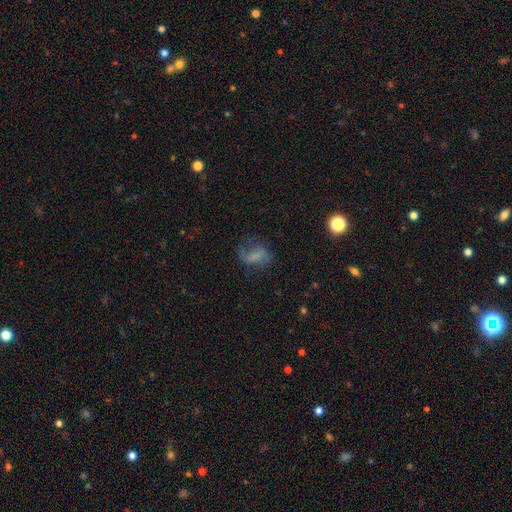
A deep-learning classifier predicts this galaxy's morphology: This appears to be a featured or disk galaxy (53%) with a weak bar (38%), spiral arms (76%) and no central bulge (58%). Merging: none (53%).